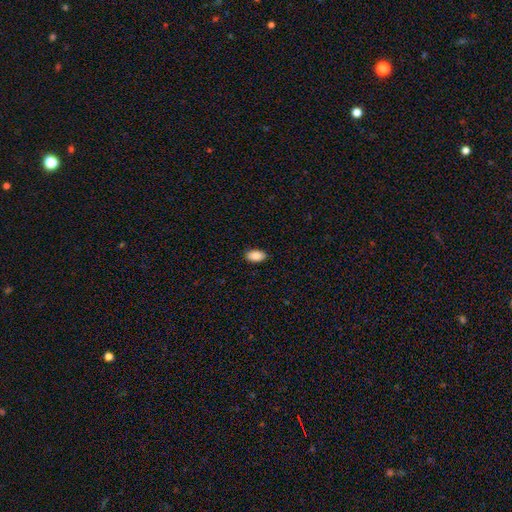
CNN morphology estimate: Smooth or featured: smooth — 89% (star or artifact — 7%)
How rounded: in between — 93% (round — 5%)
Merging: none — 88% (minor disturbance — 9%)